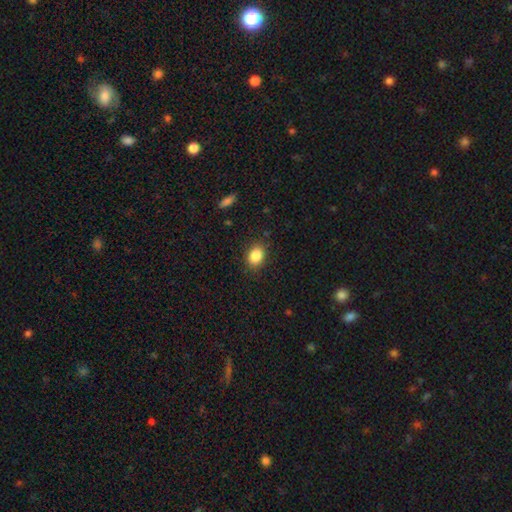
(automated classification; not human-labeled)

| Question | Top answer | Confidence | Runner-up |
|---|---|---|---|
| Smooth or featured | smooth | 86% | star or artifact (9%) |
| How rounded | in between | 64% | round (35%) |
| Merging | none | 85% | minor disturbance (11%) |